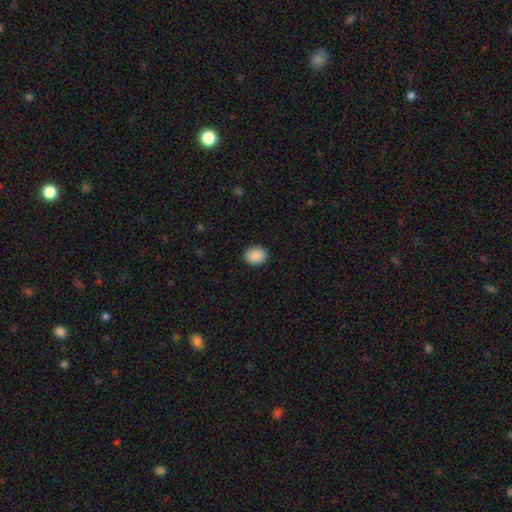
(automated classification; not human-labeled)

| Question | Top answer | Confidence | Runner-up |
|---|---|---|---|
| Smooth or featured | smooth | 90% | star or artifact (7%) |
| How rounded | in between | 59% | round (41%) |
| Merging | none | 90% | minor disturbance (7%) |